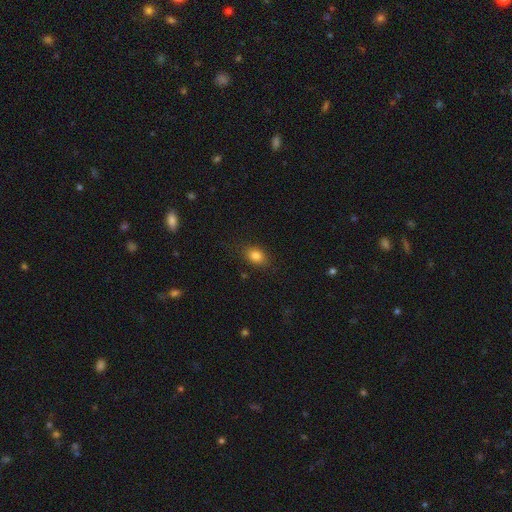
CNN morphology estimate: type=smooth (83%); roundness=in between (70%); merging=none (83%).